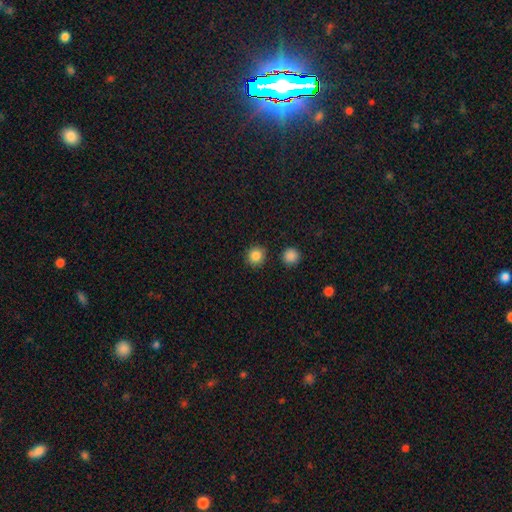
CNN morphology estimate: Q: Smooth or featured?
A: smooth (85%); runner-up: star or artifact (11%)
Q: How rounded?
A: round (91%); runner-up: in between (9%)
Q: Merging?
A: none (89%); runner-up: minor disturbance (6%)